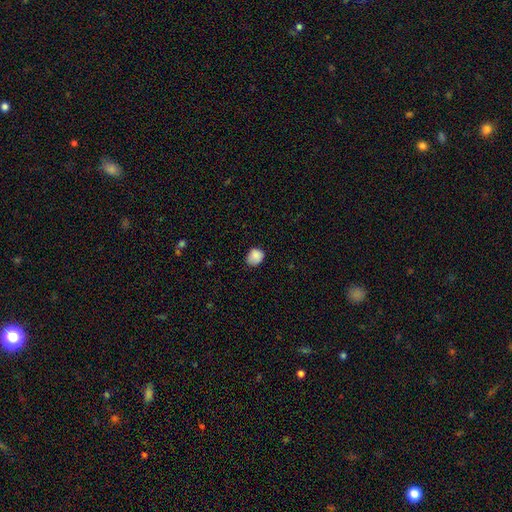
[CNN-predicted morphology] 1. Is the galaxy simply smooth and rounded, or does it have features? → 86% smooth, 9% star or artifact, 5% featured or disk.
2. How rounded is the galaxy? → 60% round, 39% in between, 1% cigar-shaped.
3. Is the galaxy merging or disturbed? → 66% none, 28% minor disturbance, 4% major disturbance, 1% merger.